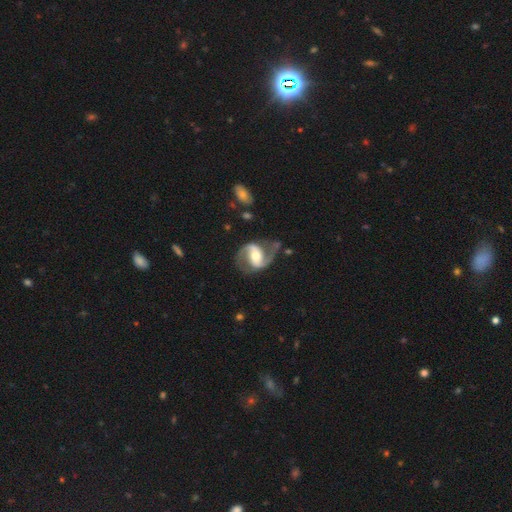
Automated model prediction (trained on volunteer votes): Smooth or featured?
  - featured or disk: 89% *
  - smooth: 7%
  - star or artifact: 5%
Edge-on disk?
  - no: 98% *
  - yes: 2%
Bar?
  - strong: 37% *
  - weak: 35%
  - no: 28%
Spiral arms?
  - yes: 96% *
  - no: 4%
Spiral winding?
  - medium: 53% *
  - loose: 32%
  - tight: 15%
Spiral arm count?
  - 2: 92% *
  - 1: 3%
  - can't tell: 2%
  - 3: 1%
  - 4: 1%
  - more than 4: 1%
Bulge size?
  - moderate: 65% *
  - small: 22%
  - large: 10%
  - dominant: 1%
  - none: 1%
Merging?
  - none: 70% *
  - minor disturbance: 17%
  - major disturbance: 11%
  - merger: 3%